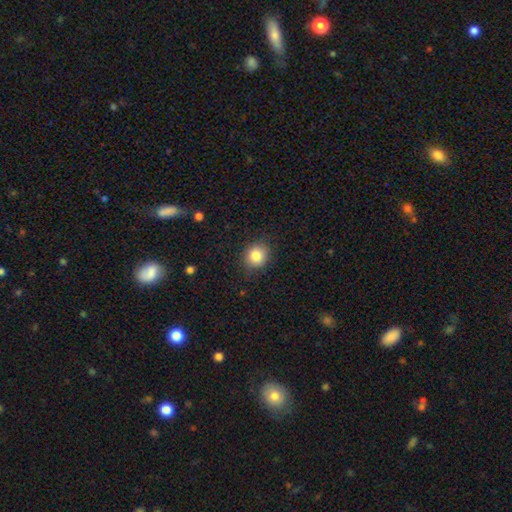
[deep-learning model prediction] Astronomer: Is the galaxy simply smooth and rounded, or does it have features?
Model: smooth — 84%.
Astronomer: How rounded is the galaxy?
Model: round — 79%.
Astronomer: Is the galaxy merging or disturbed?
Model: none — 86%.